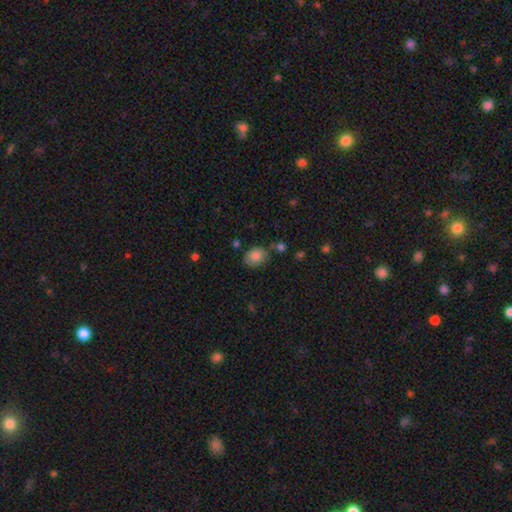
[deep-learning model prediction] This is clearly a smooth galaxy (84%). How rounded: possibly in between (57%). Merging: likely none (70%).